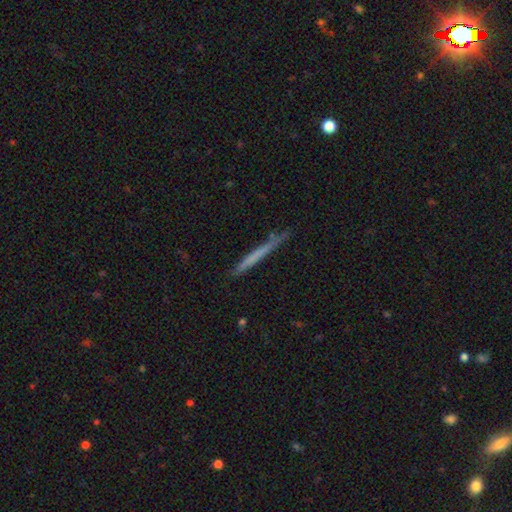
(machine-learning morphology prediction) This is possibly a smooth galaxy (57%). How rounded: clearly cigar-shaped (97%). Merging: clearly none (82%).